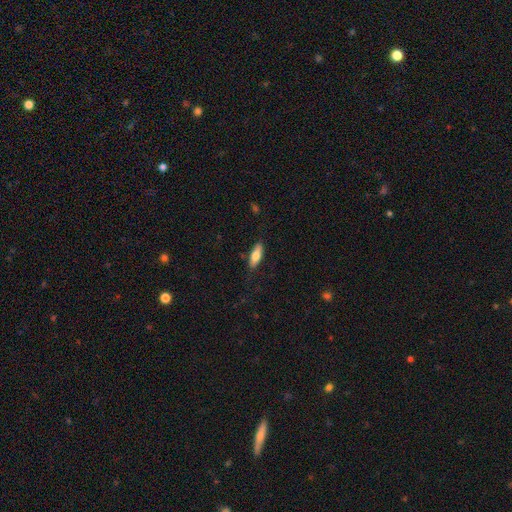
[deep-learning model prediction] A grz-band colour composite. It shows a smooth galaxy with no disk features (71%) that is in between round and cigar-shaped (60%). Merging: none (83%).